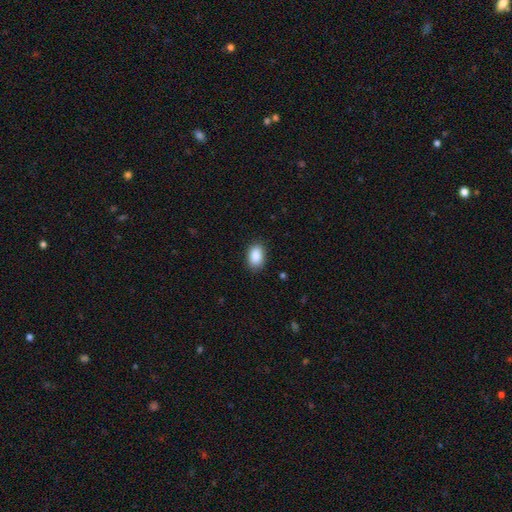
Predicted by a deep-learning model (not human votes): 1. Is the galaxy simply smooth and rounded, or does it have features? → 89% smooth, 7% star or artifact, 4% featured or disk.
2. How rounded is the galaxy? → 89% in between, 9% round, 1% cigar-shaped.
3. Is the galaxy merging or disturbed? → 87% none, 10% minor disturbance, 2% major disturbance, 1% merger.